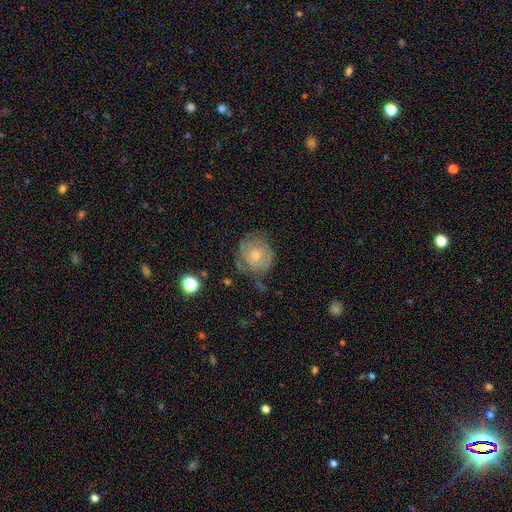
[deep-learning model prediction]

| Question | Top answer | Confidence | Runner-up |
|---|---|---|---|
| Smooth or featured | featured or disk | 55% | smooth (37%) |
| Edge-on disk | no | 97% | yes (3%) |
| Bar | no | 83% | weak (14%) |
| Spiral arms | yes | 62% | no (38%) |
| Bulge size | small | 54% | moderate (40%) |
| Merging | none | 53% | minor disturbance (28%) |